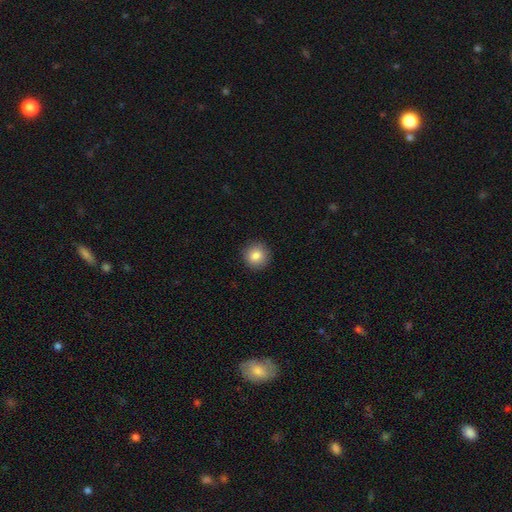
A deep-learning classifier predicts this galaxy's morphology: The model was most divided on "smooth or featured": smooth: 84%, star or artifact: 9%, featured or disk: 7%. More confident: how rounded — round (93%); merging — none (92%).